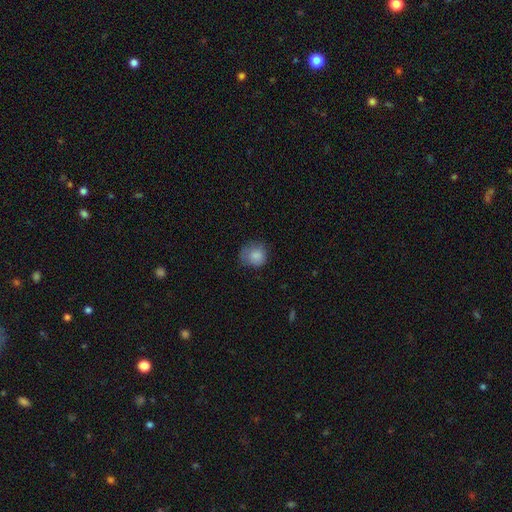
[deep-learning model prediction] Smooth or featured: smooth — 83% (star or artifact — 9%)
How rounded: round — 80% (in between — 20%)
Merging: none — 58% (minor disturbance — 28%)